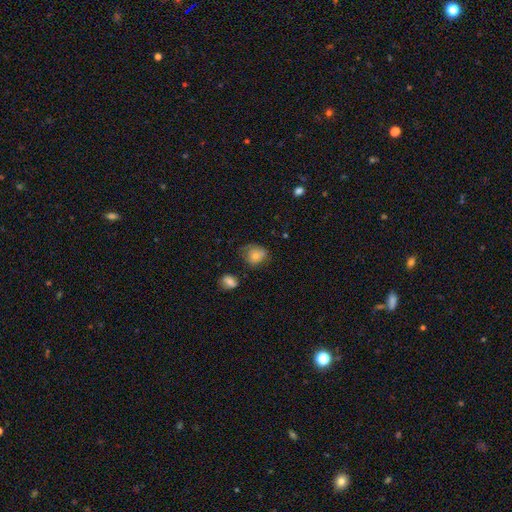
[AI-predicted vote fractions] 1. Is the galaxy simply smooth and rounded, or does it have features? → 76% smooth, 13% featured or disk, 10% star or artifact.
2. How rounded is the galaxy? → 61% round, 38% in between, 1% cigar-shaped.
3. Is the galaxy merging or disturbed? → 52% none, 32% minor disturbance, 12% major disturbance, 4% merger.